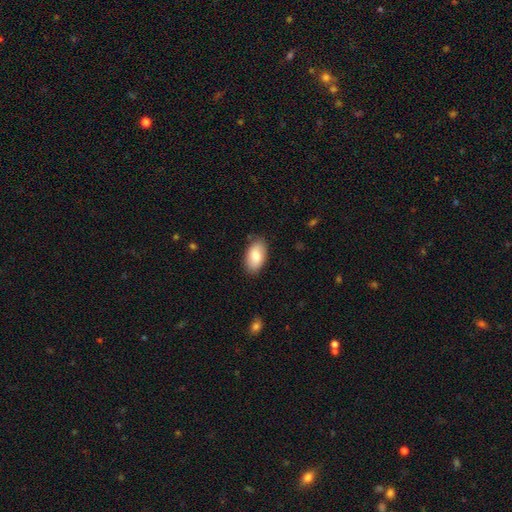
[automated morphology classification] Smooth or featured?
  - smooth: 80% *
  - featured or disk: 13%
  - star or artifact: 6%
How rounded?
  - in between: 94% *
  - round: 4%
  - cigar-shaped: 2%
Merging?
  - none: 84% *
  - minor disturbance: 13%
  - major disturbance: 3%
  - merger: 1%